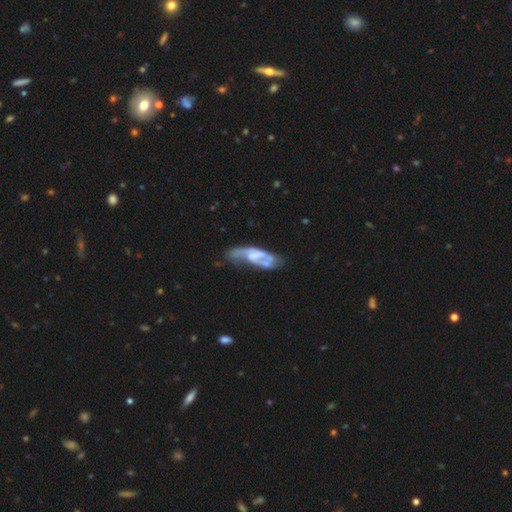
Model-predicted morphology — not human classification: type=featured or disk (71%); edge-on=no (87%); bar=no (52%); spiral arms=yes (73%); bulge=small (43%); merging=none (45%).